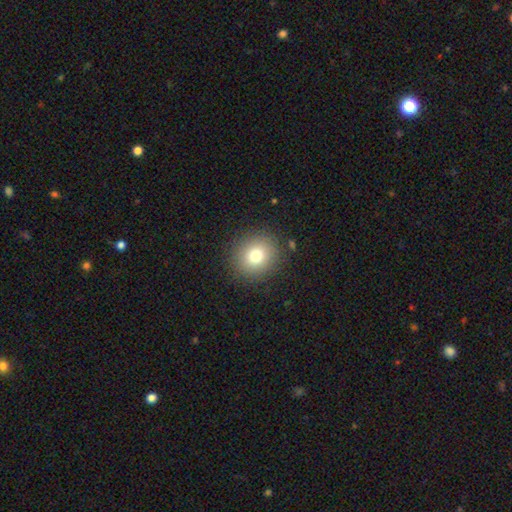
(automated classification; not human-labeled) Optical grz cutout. It shows a smooth galaxy with no disk features (77%) that is round (86%). Merging: none (88%).